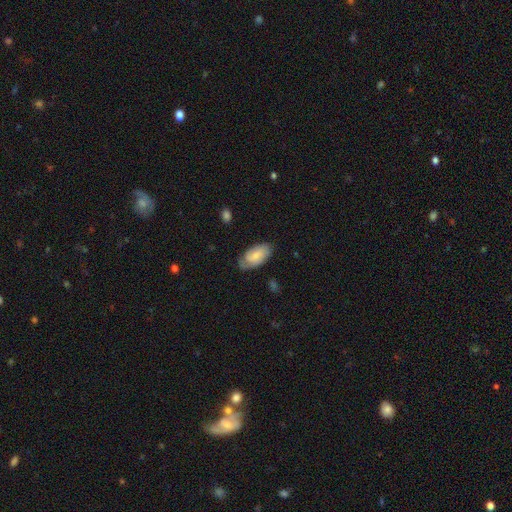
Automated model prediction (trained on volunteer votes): Smooth or featured? Predicted: smooth (p=0.54). How rounded? Predicted: in between (p=0.94). Merging? Predicted: none (p=0.64).